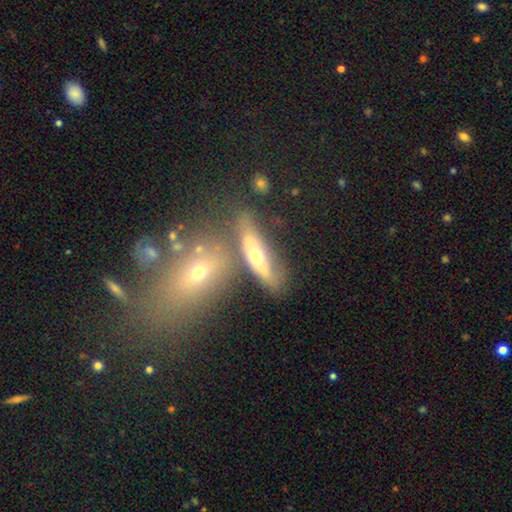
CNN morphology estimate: smooth_or_featured: smooth (p=0.52) [alt: featured or disk p=0.38]
how_rounded: in between (p=0.50) [alt: cigar-shaped p=0.43]
merging: none (p=0.51) [alt: merger p=0.27]